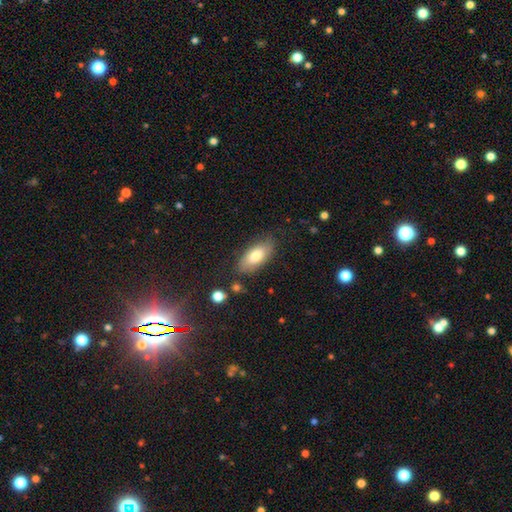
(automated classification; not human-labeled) smooth_or_featured: smooth (p=0.76) [alt: featured or disk p=0.18]
how_rounded: in between (p=0.88) [alt: cigar-shaped p=0.09]
merging: none (p=0.76) [alt: minor disturbance p=0.17]